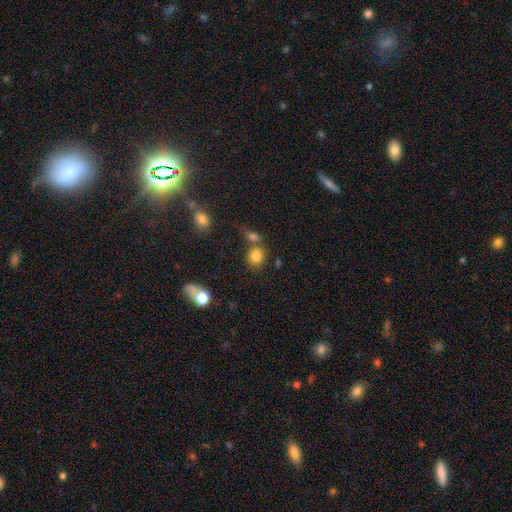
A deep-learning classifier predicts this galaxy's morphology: smooth_or_featured: smooth (p=0.82) [alt: star or artifact p=0.12]
how_rounded: round (p=0.69) [alt: in between p=0.30]
merging: none (p=0.60) [alt: merger p=0.25]